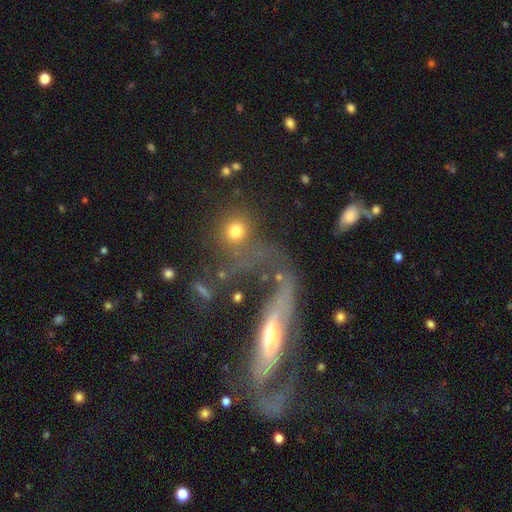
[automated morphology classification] type=featured or disk (61%); edge-on=no (64%); merging=none (39%).